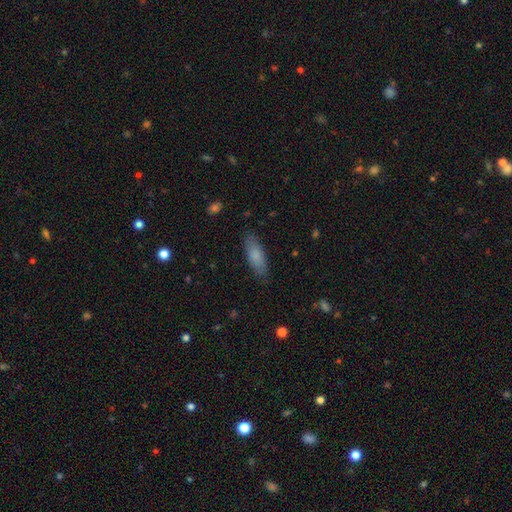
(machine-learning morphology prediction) type=smooth (82%); roundness=in between (60%); merging=none (83%).